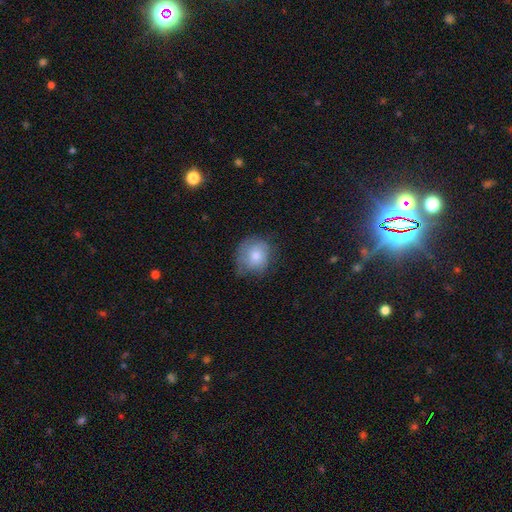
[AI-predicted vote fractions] Q: Smooth or featured?
A: smooth (72%); runner-up: featured or disk (20%)
Q: How rounded?
A: round (80%); runner-up: in between (19%)
Q: Merging?
A: none (55%); runner-up: minor disturbance (32%)